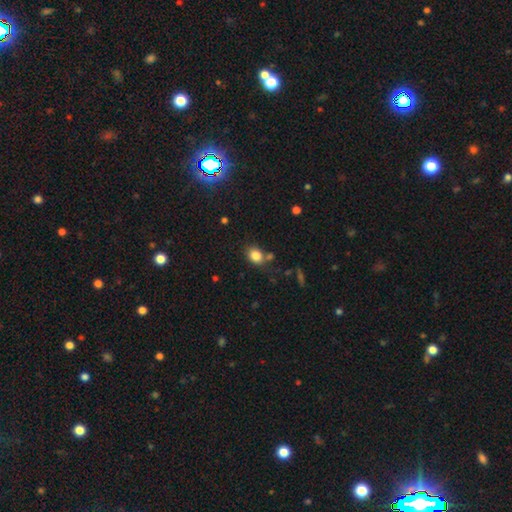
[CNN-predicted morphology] A smooth galaxy with no disk features (83%) that is in between round and cigar-shaped (54%). Merging: none (70%).